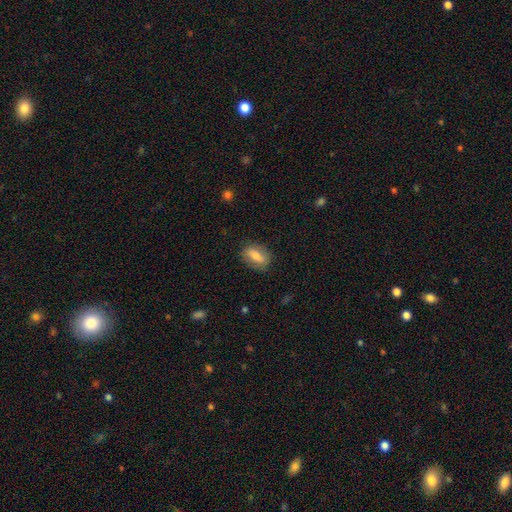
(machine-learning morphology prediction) The model was most divided on "smooth or featured": smooth: 70%, featured or disk: 23%, star or artifact: 7%. More confident: merging — none (82%); how rounded — in between (82%).